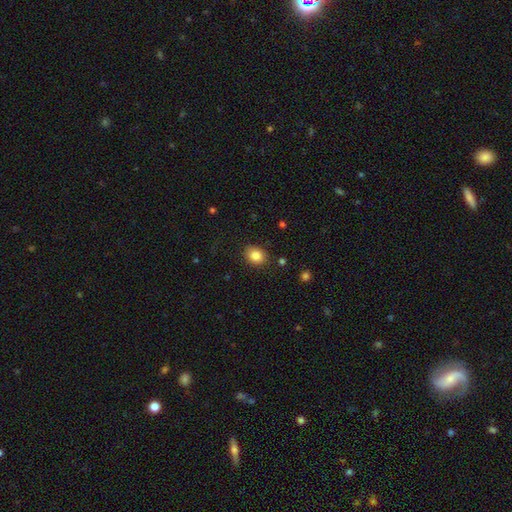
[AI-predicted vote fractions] Morphology: type=smooth (84%); roundness=in between (53%); merging=none (86%).